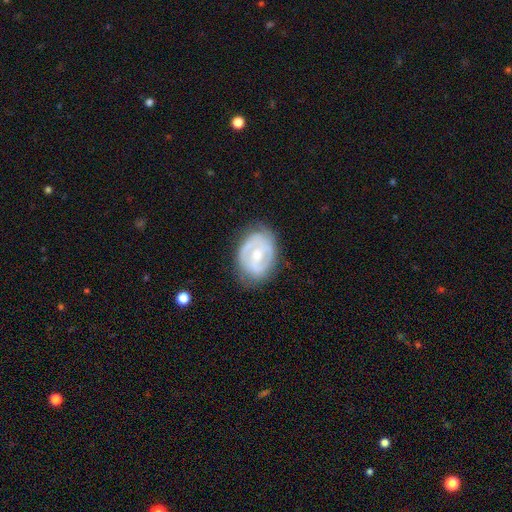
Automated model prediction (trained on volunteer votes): featured or disk 70%, smooth 24%, star or artifact 5%. Down the decision tree: edge-on disk — no (96%); bar — weak (43%); spiral arms — yes (61%); bulge size — moderate (58%); merging — none (68%).